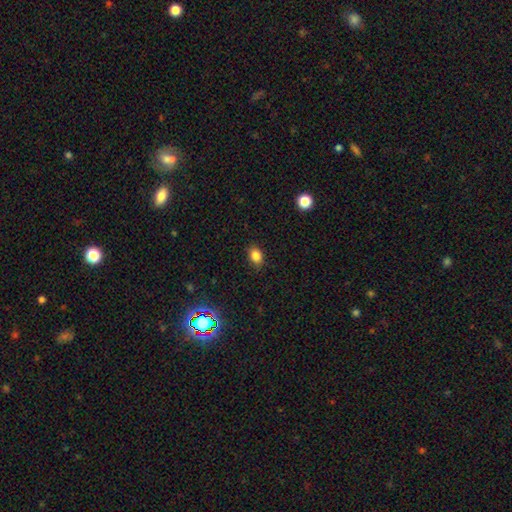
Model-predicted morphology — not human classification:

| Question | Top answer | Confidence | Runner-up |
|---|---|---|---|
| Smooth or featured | smooth | 84% | star or artifact (12%) |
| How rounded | in between | 69% | round (29%) |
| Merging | none | 86% | minor disturbance (10%) |